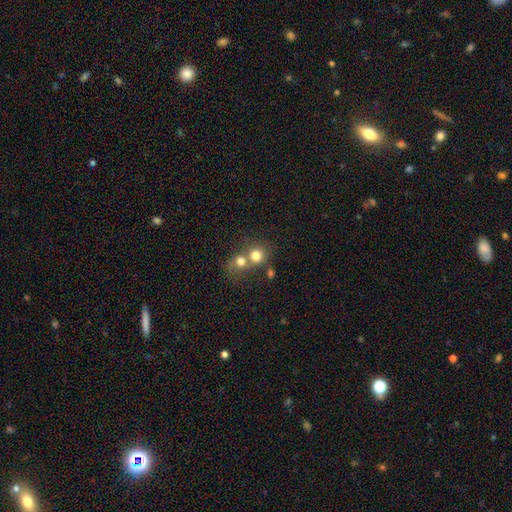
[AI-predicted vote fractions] The model was most divided on "merging": merger: 52%, none: 38%, minor disturbance: 6%, major disturbance: 4%. More confident: how rounded — round (83%); smooth or featured — smooth (75%).